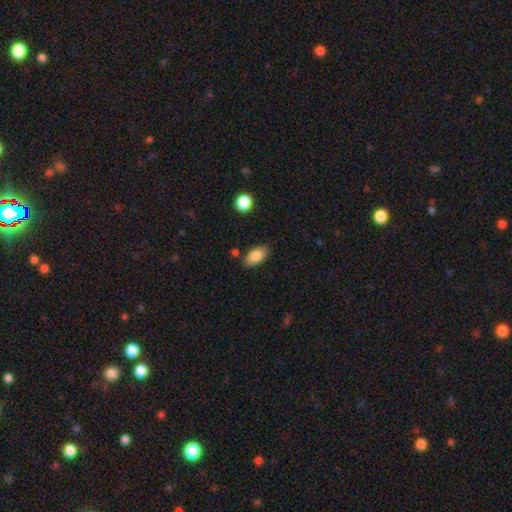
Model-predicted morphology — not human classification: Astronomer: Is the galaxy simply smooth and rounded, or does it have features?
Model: smooth — 84%.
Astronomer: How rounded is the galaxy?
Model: in between — 92%.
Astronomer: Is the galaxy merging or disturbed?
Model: none — 81%.